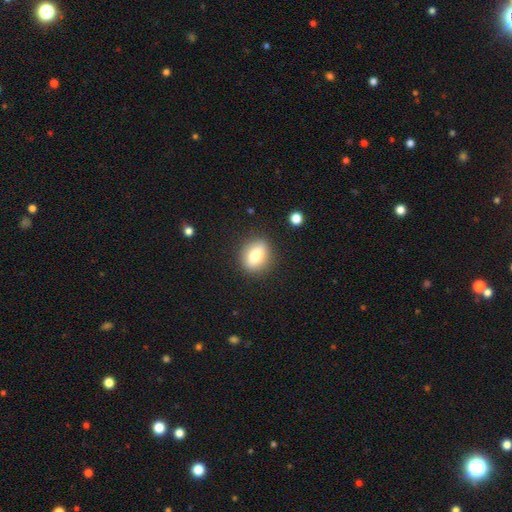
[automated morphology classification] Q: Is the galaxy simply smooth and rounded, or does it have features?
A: smooth — 75%.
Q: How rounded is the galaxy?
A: in between — 49%, tied with round.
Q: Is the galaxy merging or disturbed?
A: none — 87%.